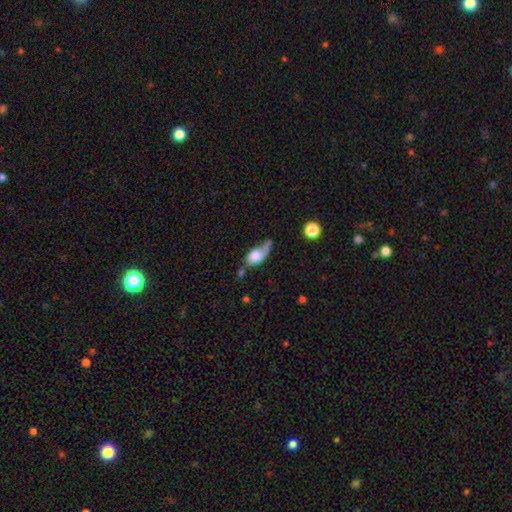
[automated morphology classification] This appears to be a smooth galaxy with no disk features (60%) that is in between round and cigar-shaped (79%). Merging: major disturbance (35%).